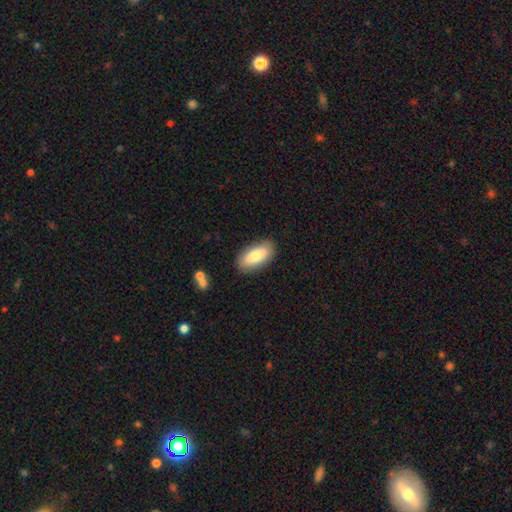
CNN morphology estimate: The model was most divided on "smooth or featured": smooth: 77%, featured or disk: 17%, star or artifact: 6%. More confident: how rounded — in between (91%); merging — none (85%).